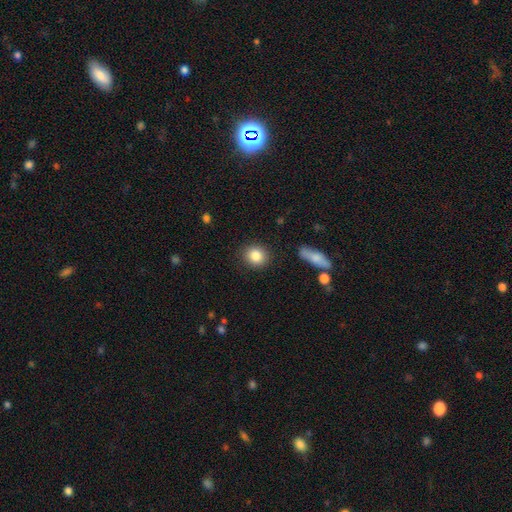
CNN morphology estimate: Smooth or featured: smooth — 85% (star or artifact — 8%)
How rounded: round — 80% (in between — 19%)
Merging: none — 88% (minor disturbance — 7%)